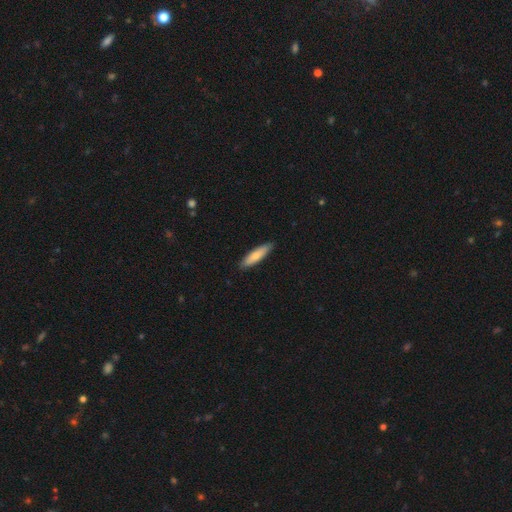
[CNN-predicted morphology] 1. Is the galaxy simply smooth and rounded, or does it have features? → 78% smooth, 17% featured or disk, 5% star or artifact.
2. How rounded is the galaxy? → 75% cigar-shaped, 24% in between, 1% round.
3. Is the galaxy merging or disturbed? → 89% none, 9% minor disturbance, 1% major disturbance, 1% merger.